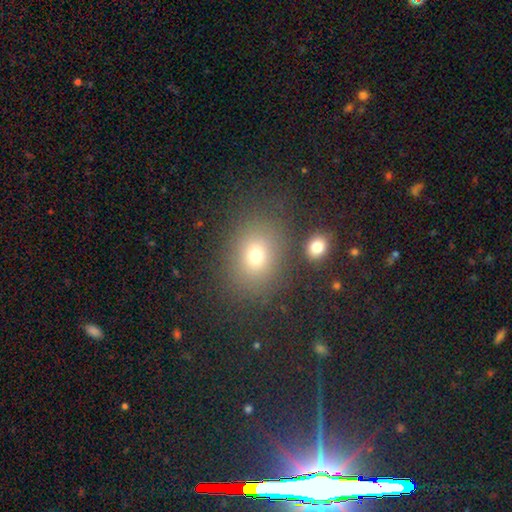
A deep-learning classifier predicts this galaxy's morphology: type=smooth (71%); roundness=in between (51%); merging=none (79%).